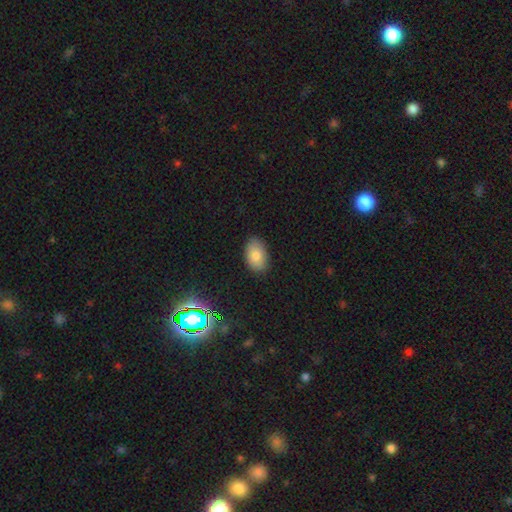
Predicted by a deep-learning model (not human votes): The model was most divided on "smooth or featured": smooth: 80%, featured or disk: 10%, star or artifact: 10%. More confident: how rounded — in between (90%); merging — none (84%).